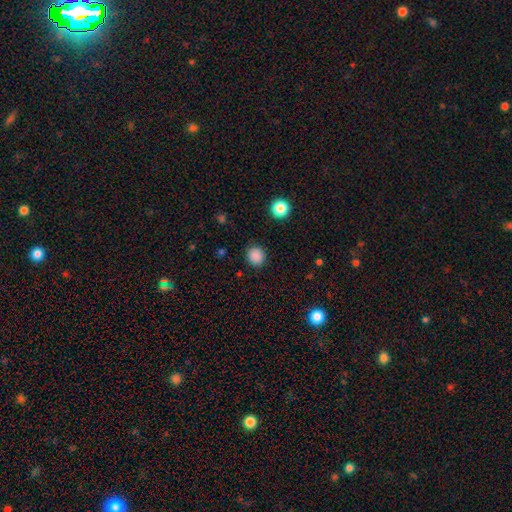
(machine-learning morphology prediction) The model was most divided on "smooth or featured": smooth: 86%, star or artifact: 11%, featured or disk: 3%. More confident: merging — none (89%); how rounded — round (89%).